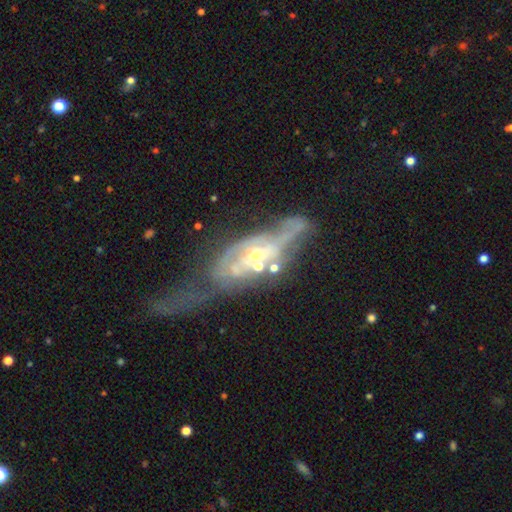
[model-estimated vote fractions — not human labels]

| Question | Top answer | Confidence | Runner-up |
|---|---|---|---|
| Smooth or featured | featured or disk | 77% | smooth (14%) |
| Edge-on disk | no | 77% | yes (23%) |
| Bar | no | 60% | weak (28%) |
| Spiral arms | yes | 68% | no (32%) |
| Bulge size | small | 53% | moderate (37%) |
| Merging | major disturbance | 39% | none (26%) |